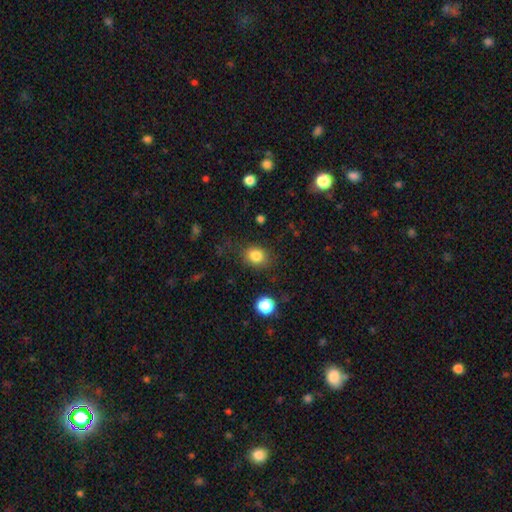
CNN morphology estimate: smooth-or-featured: smooth: 84% | star or artifact: 11% | featured or disk: 6%
  how-rounded: round: 53% | in between: 46% | cigar-shaped: 1%
  merging: none: 79% | minor disturbance: 14% | major disturbance: 5% | merger: 2%